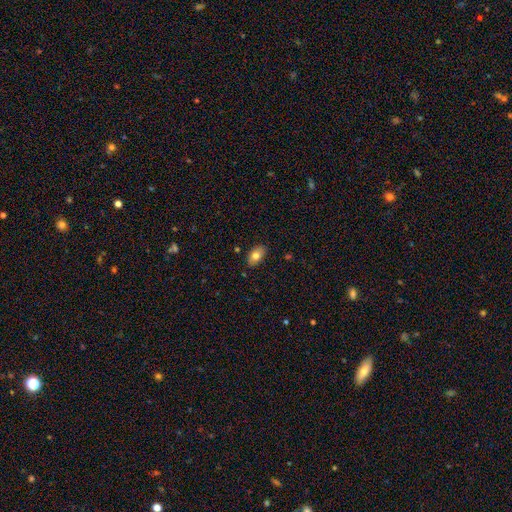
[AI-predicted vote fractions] A smooth galaxy with no disk features (78%) that is in between round and cigar-shaped (91%). Merging: none (86%).